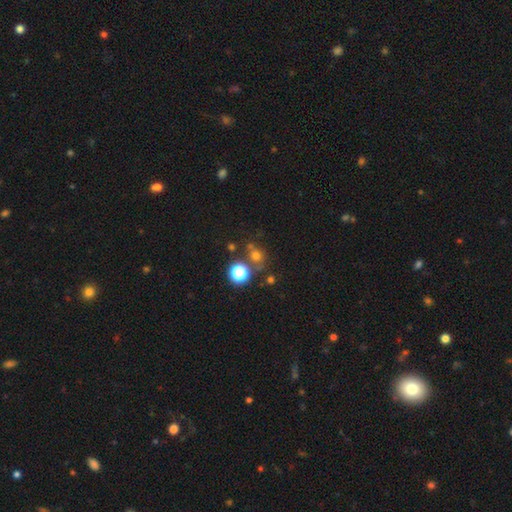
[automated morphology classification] Smooth or featured? Predicted: smooth (p=0.56). How rounded? Predicted: round (p=0.85). Merging? Predicted: none (p=0.68).